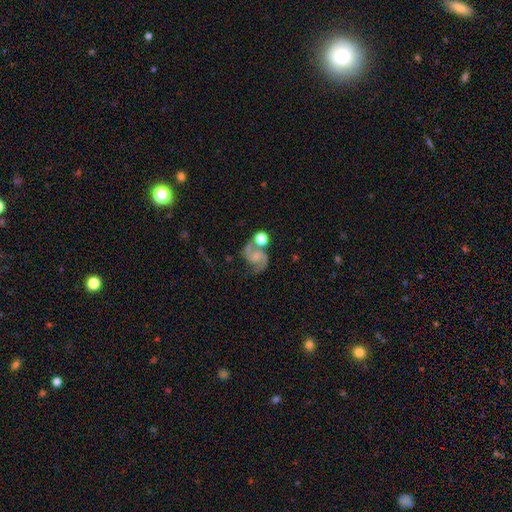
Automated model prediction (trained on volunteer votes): smooth-or-featured: featured or disk: 84% | smooth: 9% | star or artifact: 7%
  disk-edge-on: no: 98% | yes: 2%
    bar: no: 59% | weak: 33% | strong: 8%
    has-spiral-arms: yes: 96% | no: 4%
      spiral-winding: medium: 54% | loose: 32% | tight: 15%
      spiral-arm-count: 2: 93% | can't tell: 2% | 1: 2% | 3: 1% | 4: 1% | more than 4: 1%
    bulge-size: small: 40% | none: 31% | moderate: 23% | large: 4% | dominant: 2%
  merging: none: 54% | merger: 20% | minor disturbance: 16% | major disturbance: 10%